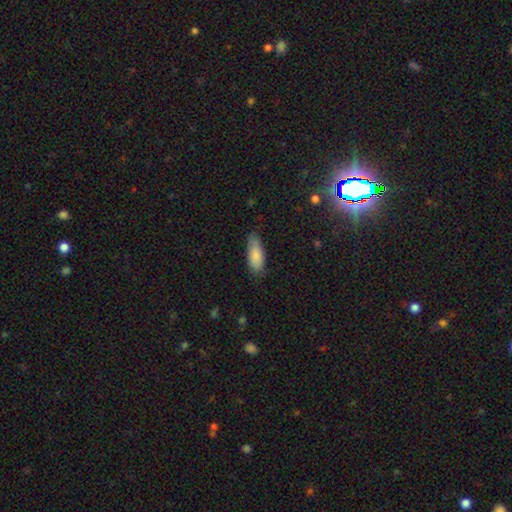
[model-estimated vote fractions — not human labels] Overall: smooth (85%). How rounded: in between (75%). Merging: none (71%).